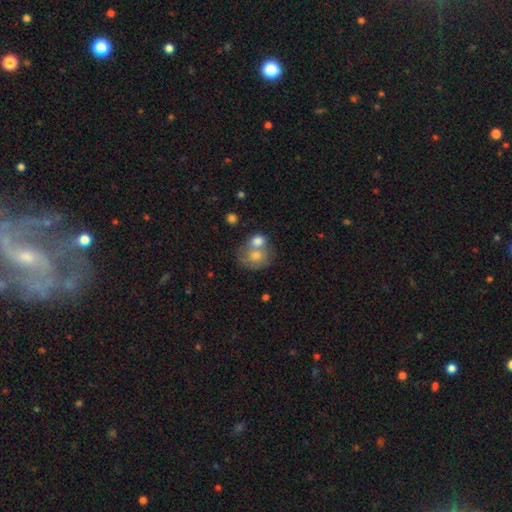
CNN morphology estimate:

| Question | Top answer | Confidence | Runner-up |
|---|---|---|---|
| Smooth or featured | smooth | 71% | featured or disk (22%) |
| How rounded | round | 62% | in between (37%) |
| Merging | merger | 60% | none (25%) |